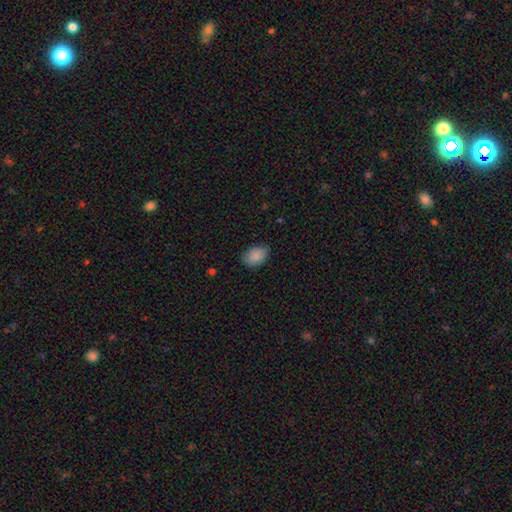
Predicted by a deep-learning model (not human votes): A smooth galaxy with no disk features (88%) that is in between round and cigar-shaped (82%).

Vote fractions:
- Smooth or featured? smooth: 88% / star or artifact: 8% / featured or disk: 4%
- How rounded? in between: 82% / round: 17% / cigar-shaped: 1%
- Merging? none: 79% / minor disturbance: 17% / major disturbance: 3% / merger: 1%